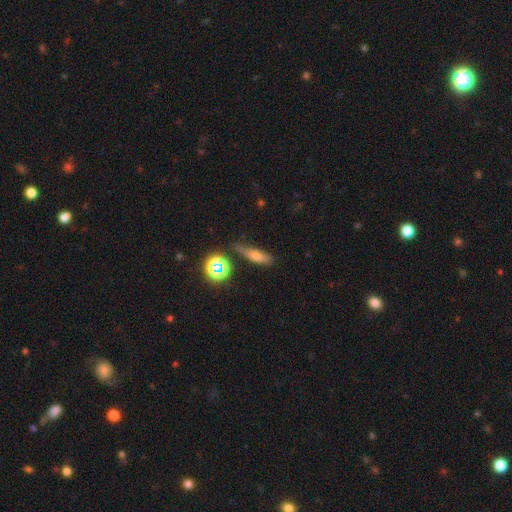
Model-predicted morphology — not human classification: A smooth galaxy with no disk features (62%) that is cigar-shaped (58%). Merging: none (66%).